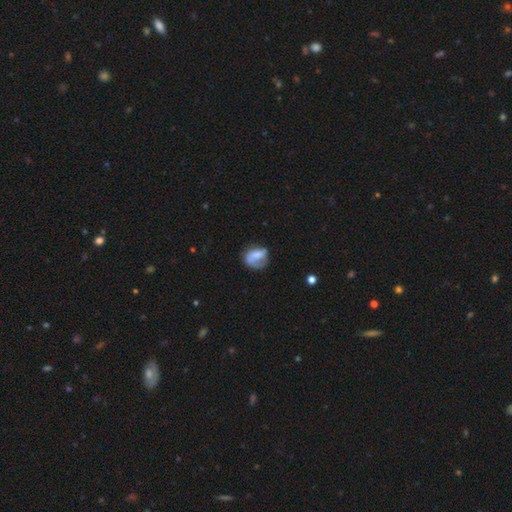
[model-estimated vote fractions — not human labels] This is likely a smooth galaxy (63%). How rounded: possibly in between (57%). Merging: marginally none (41%).